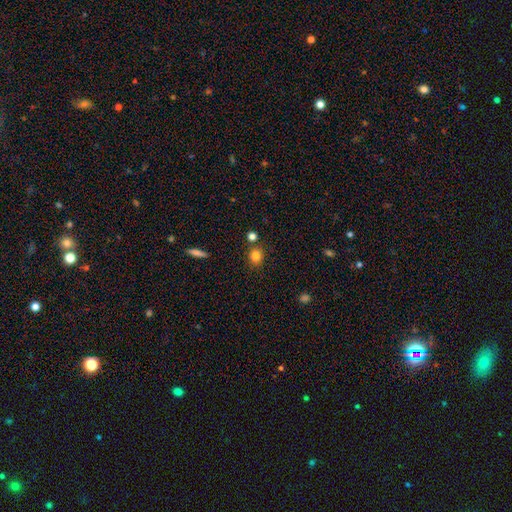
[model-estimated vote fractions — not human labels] A smooth galaxy with no disk features (82%) that is round (75%). Merging: none (80%).